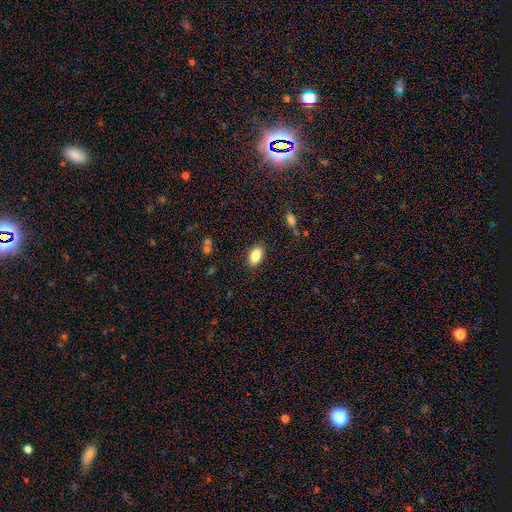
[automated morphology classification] Overall: smooth (86%). How rounded: in between (91%). Merging: none (86%).